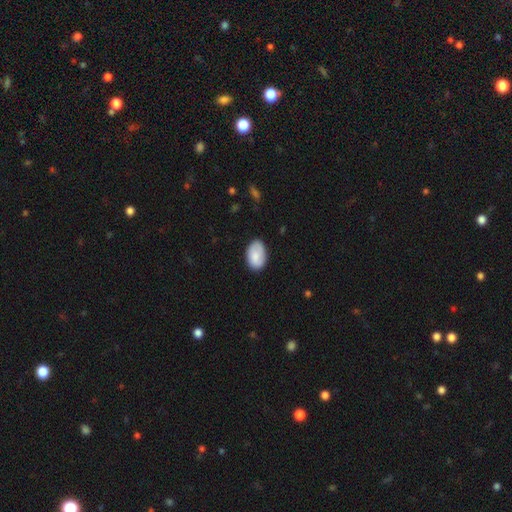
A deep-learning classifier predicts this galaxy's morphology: smooth_or_featured: smooth (p=0.82) [alt: featured or disk p=0.12]
how_rounded: in between (p=0.91) [alt: round p=0.08]
merging: none (p=0.75) [alt: minor disturbance p=0.20]